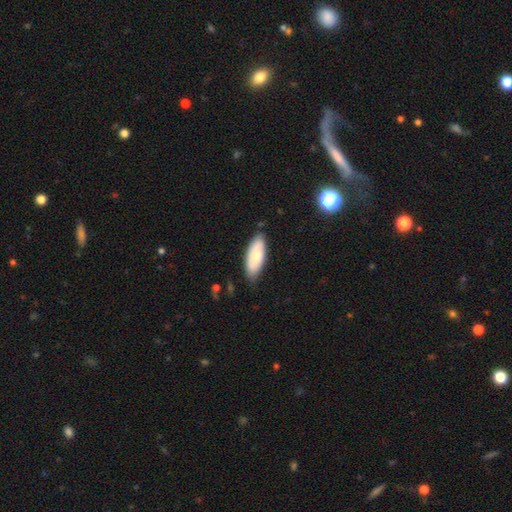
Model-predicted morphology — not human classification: type=smooth (68%); roundness=in between (82%); merging=none (79%).